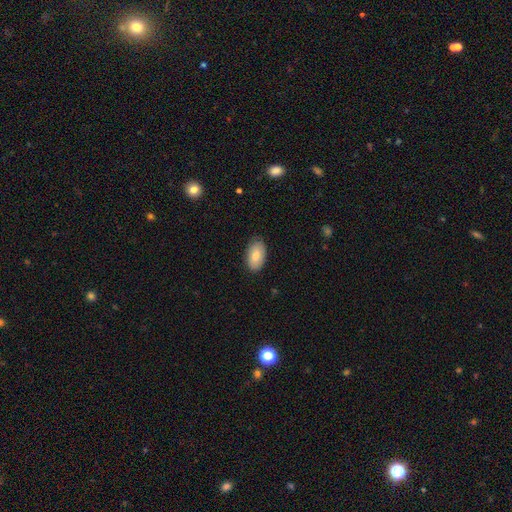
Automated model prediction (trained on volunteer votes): Smooth or featured? smooth (78%)
How rounded? in between (94%)
Merging? none (83%)